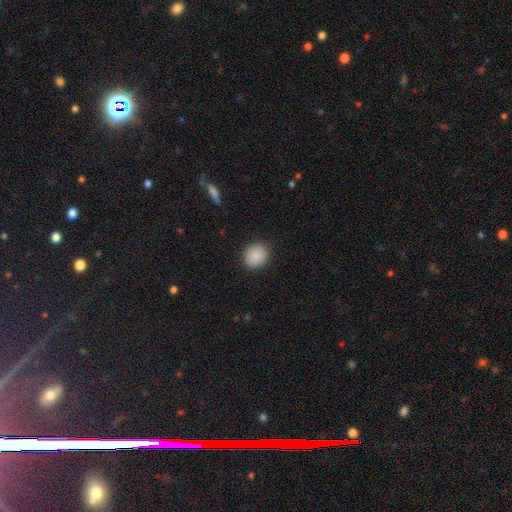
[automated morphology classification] Smooth or featured: smooth — 88% (star or artifact — 7%)
How rounded: round — 70% (in between — 29%)
Merging: none — 88% (minor disturbance — 9%)